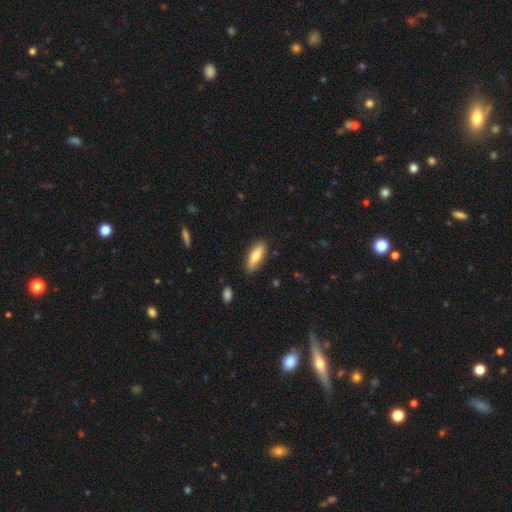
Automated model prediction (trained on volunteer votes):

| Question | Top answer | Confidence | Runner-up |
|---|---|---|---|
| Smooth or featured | smooth | 74% | featured or disk (20%) |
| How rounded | in between | 61% | cigar-shaped (37%) |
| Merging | none | 84% | minor disturbance (12%) |